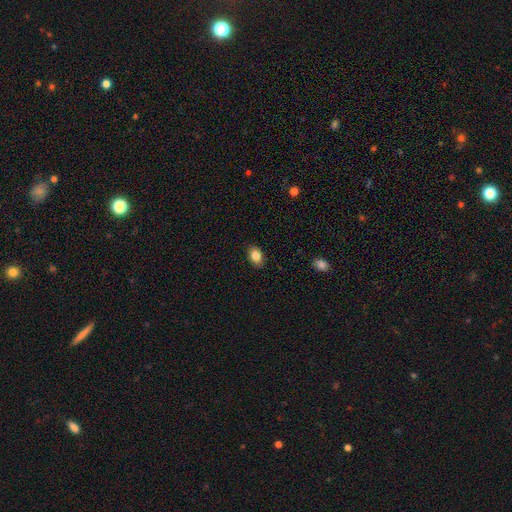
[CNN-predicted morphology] A smooth galaxy with no disk features (84%) that is in between round and cigar-shaped (80%). Merging: none (87%).